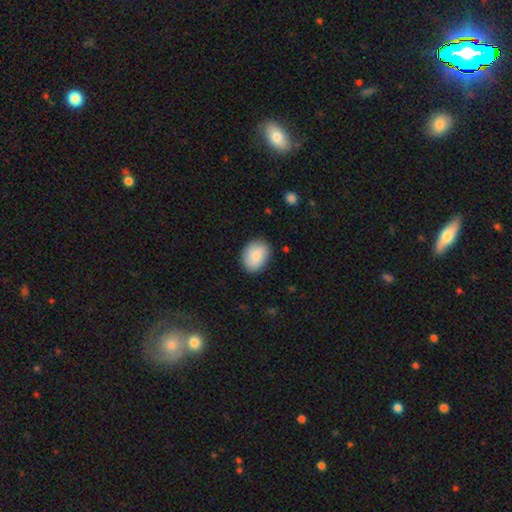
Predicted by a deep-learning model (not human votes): Smooth or featured: smooth — 84% (featured or disk — 10%)
How rounded: in between — 68% (round — 30%)
Merging: none — 86% (minor disturbance — 11%)